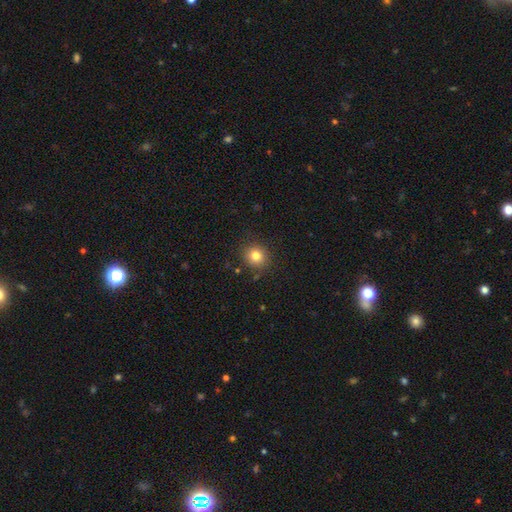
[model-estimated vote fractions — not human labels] Q: Smooth or featured?
A: smooth (80%); runner-up: star or artifact (12%)
Q: How rounded?
A: round (89%); runner-up: in between (10%)
Q: Merging?
A: none (87%); runner-up: minor disturbance (8%)